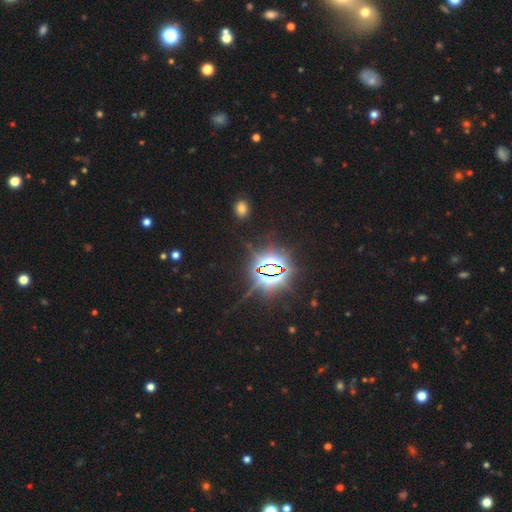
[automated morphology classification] Smooth or featured? star or artifact (85%)